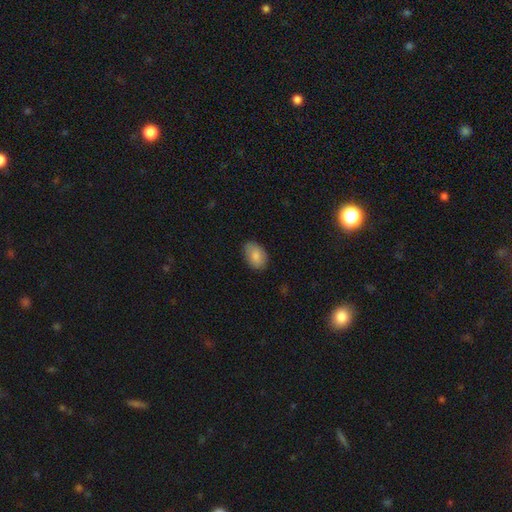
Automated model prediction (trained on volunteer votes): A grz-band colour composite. It shows a smooth galaxy with no disk features (83%) that is in between round and cigar-shaped (85%). Merging: none (81%).